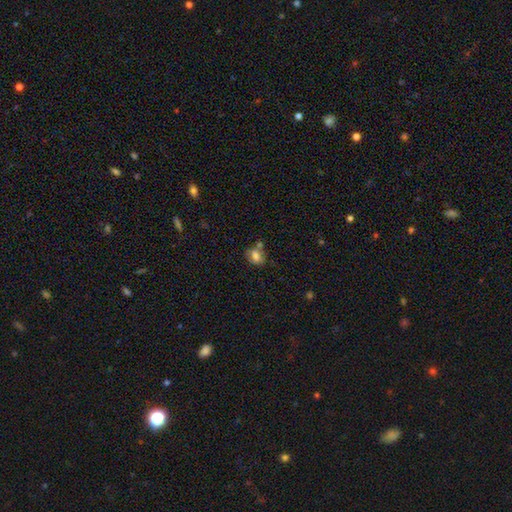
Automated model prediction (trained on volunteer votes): Smooth or featured? Predicted: smooth (p=0.75). How rounded? Predicted: in between (p=0.61). Merging? Predicted: none (p=0.56).